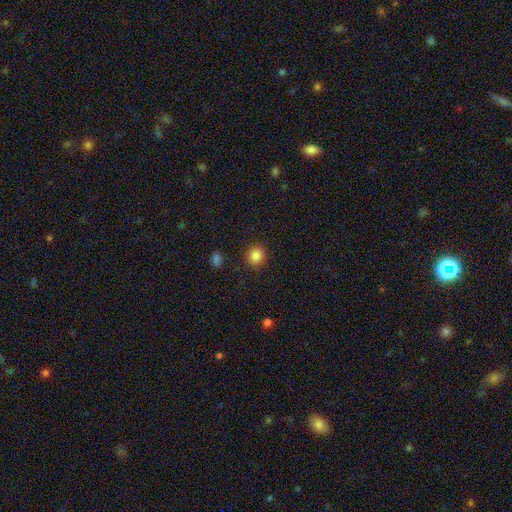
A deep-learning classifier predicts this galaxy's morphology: type=smooth (85%); roundness=round (86%); merging=none (90%).